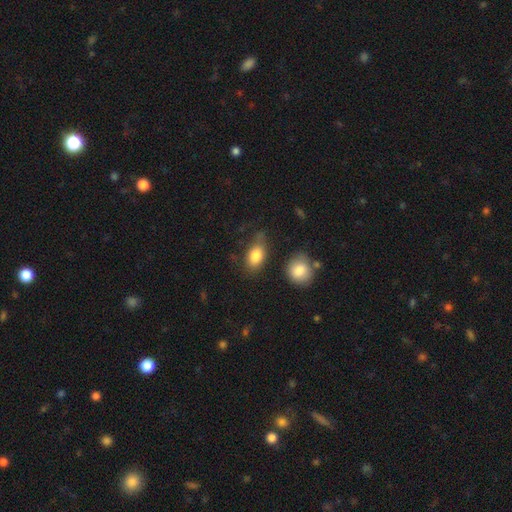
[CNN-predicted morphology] Q: Smooth or featured?
A: smooth (83%); runner-up: featured or disk (9%)
Q: How rounded?
A: in between (85%); runner-up: round (12%)
Q: Merging?
A: none (63%); runner-up: minor disturbance (24%)